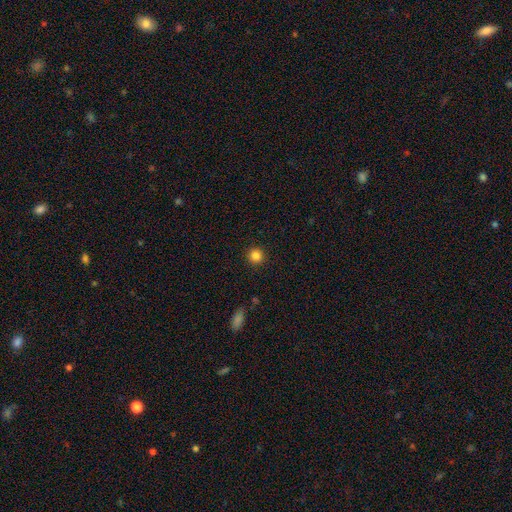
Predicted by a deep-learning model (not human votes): Smooth or featured? smooth (85%)
How rounded? round (94%)
Merging? none (92%)